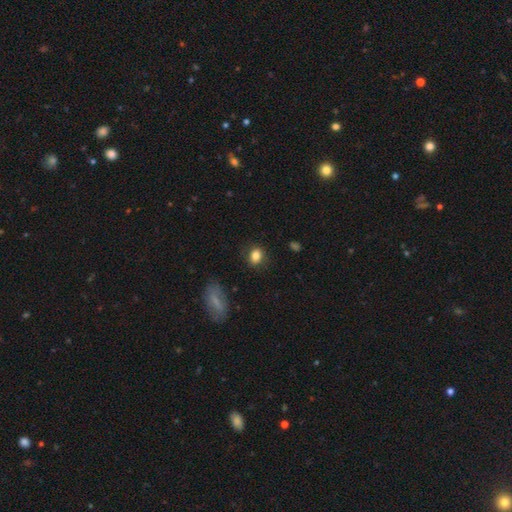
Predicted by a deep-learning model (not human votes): Smooth or featured: smooth — 82% (star or artifact — 10%)
How rounded: in between — 53% (round — 45%)
Merging: none — 81% (minor disturbance — 13%)